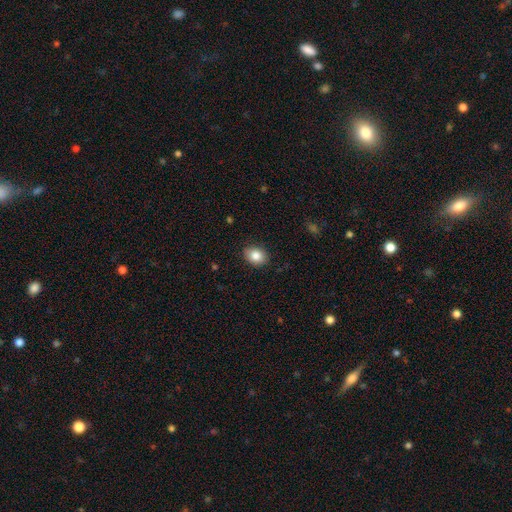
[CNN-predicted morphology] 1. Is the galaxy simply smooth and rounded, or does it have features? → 85% smooth, 8% star or artifact, 7% featured or disk.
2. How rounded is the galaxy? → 60% in between, 39% round, 1% cigar-shaped.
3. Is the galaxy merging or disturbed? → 87% none, 9% minor disturbance, 2% major disturbance, 1% merger.